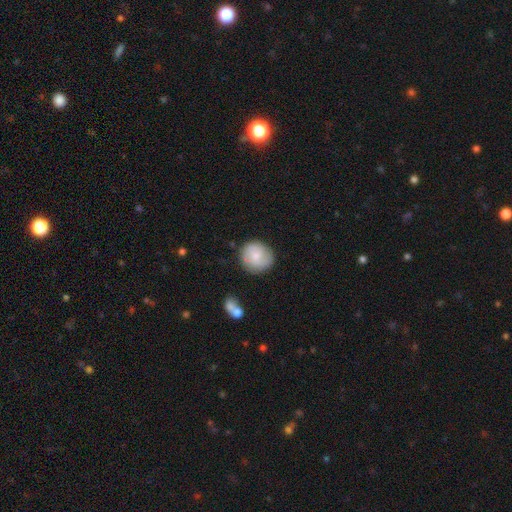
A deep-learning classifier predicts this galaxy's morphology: type=smooth (73%); roundness=round (89%); merging=none (80%).